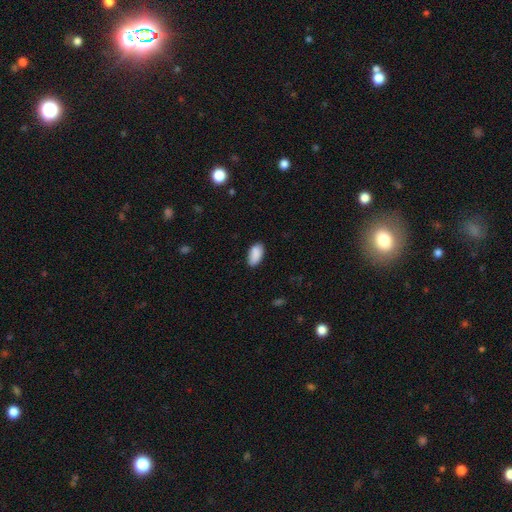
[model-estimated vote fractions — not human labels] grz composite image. It shows a smooth galaxy with no disk features (89%) that is in between round and cigar-shaped (94%). Merging: none (79%).